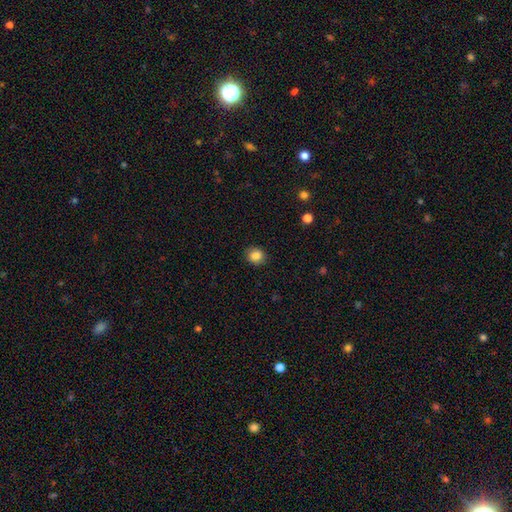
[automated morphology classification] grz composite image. It shows a smooth galaxy with no disk features (86%) that is round (69%). Merging: none (87%).